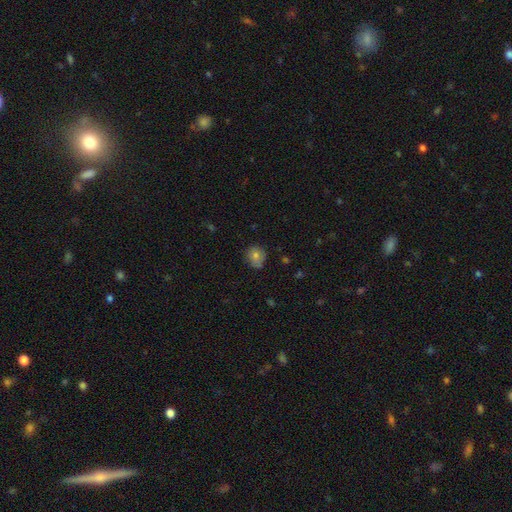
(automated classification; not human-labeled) This is likely a smooth galaxy (76%). How rounded: likely round (79%). Merging: likely none (72%).